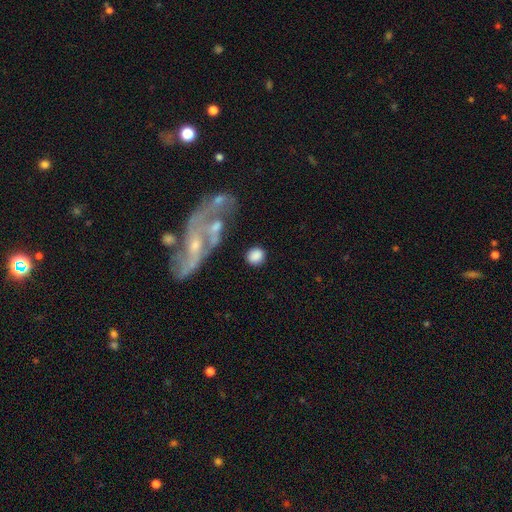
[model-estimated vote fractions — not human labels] Smooth or featured: smooth — 81% (featured or disk — 12%)
How rounded: round — 73% (in between — 25%)
Merging: none — 70% (minor disturbance — 13%)